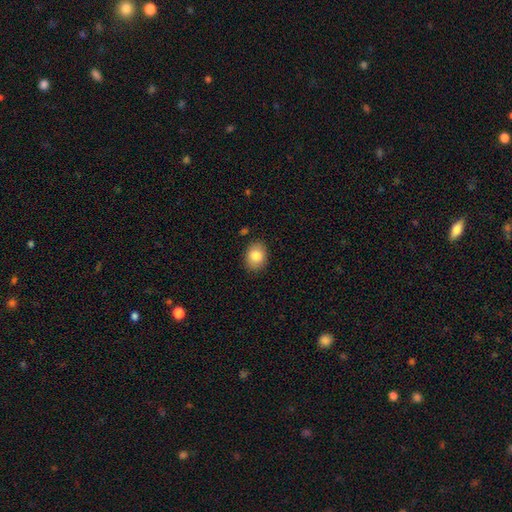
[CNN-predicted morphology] Smooth or featured?
  - smooth: 85% *
  - star or artifact: 8%
  - featured or disk: 7%
How rounded?
  - in between: 61% *
  - round: 38%
  - cigar-shaped: 1%
Merging?
  - none: 86% *
  - minor disturbance: 10%
  - major disturbance: 2%
  - merger: 2%